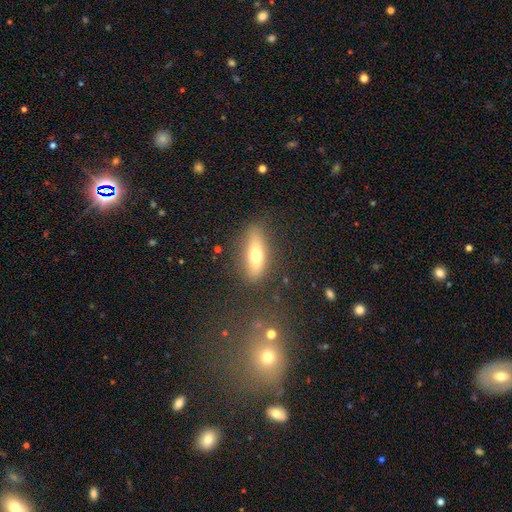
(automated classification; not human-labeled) smooth_or_featured: smooth (p=0.61) [alt: featured or disk p=0.30]
how_rounded: in between (p=0.52) [alt: cigar-shaped p=0.44]
merging: none (p=0.79) [alt: minor disturbance p=0.13]